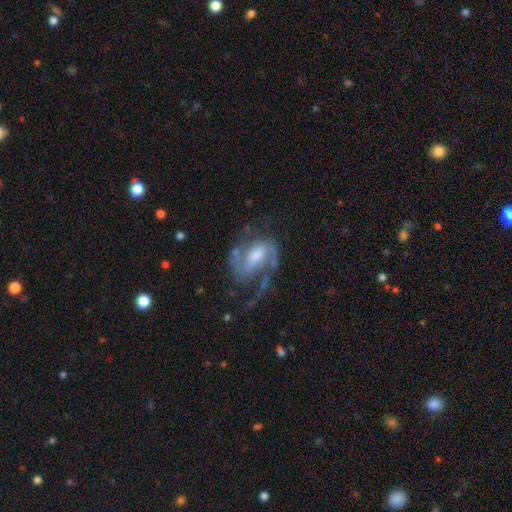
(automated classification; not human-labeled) Smooth or featured?
  - featured or disk: 88% *
  - smooth: 6%
  - star or artifact: 5%
Edge-on disk?
  - no: 98% *
  - yes: 2%
Bar?
  - weak: 50% *
  - no: 26%
  - strong: 24%
Spiral arms?
  - yes: 97% *
  - no: 3%
Spiral winding?
  - medium: 55% *
  - loose: 28%
  - tight: 18%
Spiral arm count?
  - 2: 87% *
  - 1: 5%
  - can't tell: 4%
  - 3: 2%
  - 4: 1%
  - more than 4: 1%
Bulge size?
  - moderate: 45% *
  - small: 22%
  - large: 20%
  - none: 10%
  - dominant: 2%
Merging?
  - none: 58% *
  - major disturbance: 21%
  - minor disturbance: 18%
  - merger: 3%